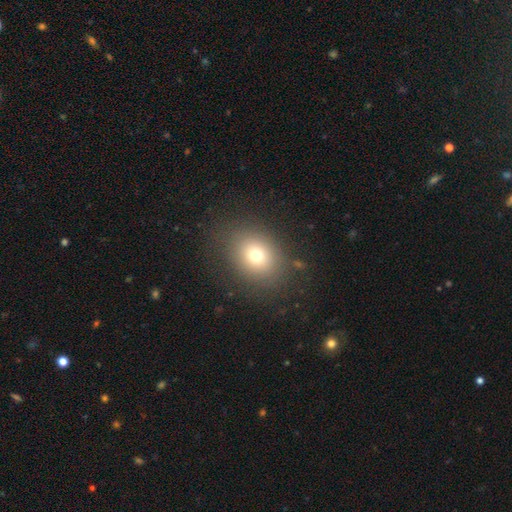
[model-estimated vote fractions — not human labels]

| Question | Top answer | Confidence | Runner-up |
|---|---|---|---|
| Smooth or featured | smooth | 72% | star or artifact (16%) |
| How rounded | round | 56% | in between (43%) |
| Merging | none | 83% | minor disturbance (10%) |